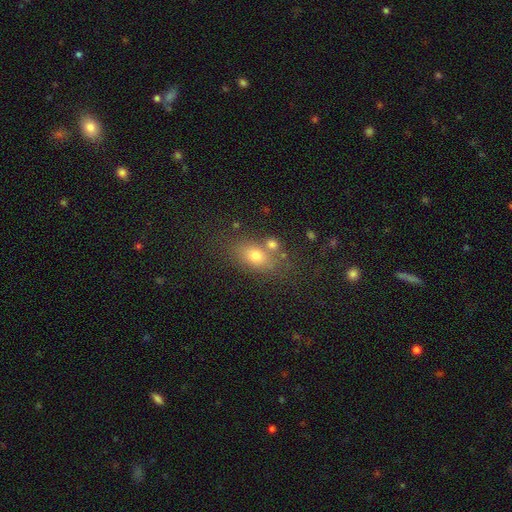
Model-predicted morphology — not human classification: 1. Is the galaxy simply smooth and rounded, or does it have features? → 71% smooth, 14% featured or disk, 14% star or artifact.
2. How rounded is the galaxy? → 71% in between, 25% round, 4% cigar-shaped.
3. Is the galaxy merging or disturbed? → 63% none, 18% merger, 14% minor disturbance, 6% major disturbance.